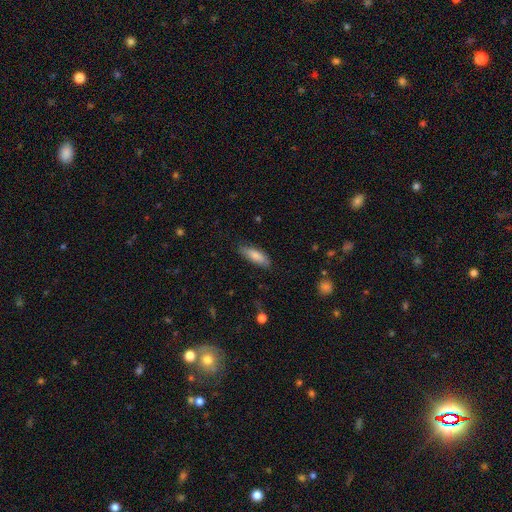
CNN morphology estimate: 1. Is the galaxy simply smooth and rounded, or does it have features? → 82% smooth, 12% featured or disk, 6% star or artifact.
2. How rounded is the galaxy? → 57% in between, 42% cigar-shaped, 2% round.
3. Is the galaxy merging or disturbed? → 79% none, 16% minor disturbance, 3% major disturbance, 1% merger.